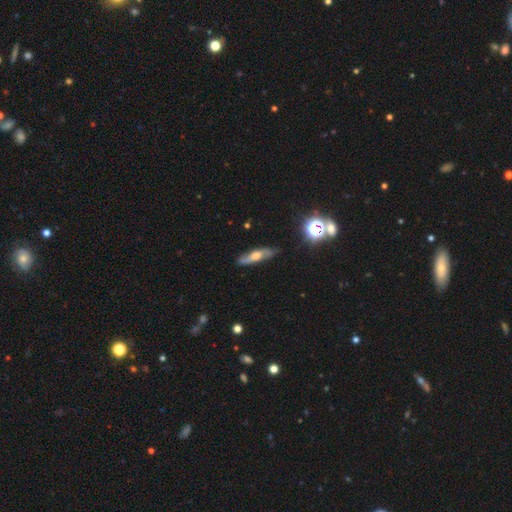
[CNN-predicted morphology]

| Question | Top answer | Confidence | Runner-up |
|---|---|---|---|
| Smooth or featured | featured or disk | 60% | smooth (31%) |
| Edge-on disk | no | 53% | yes (47%) |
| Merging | none | 79% | minor disturbance (16%) |